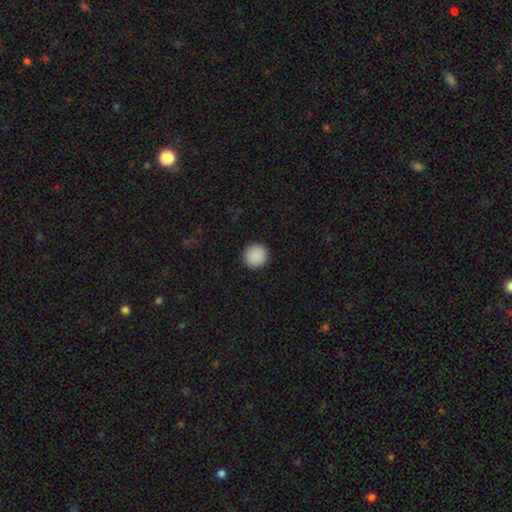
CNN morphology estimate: A smooth galaxy with no disk features (90%) that is round (94%).

Vote fractions:
- Smooth or featured? smooth: 90% / star or artifact: 8% / featured or disk: 2%
- How rounded? round: 94% / in between: 5% / cigar-shaped: 1%
- Merging? none: 92% / minor disturbance: 5% / major disturbance: 2% / merger: 1%